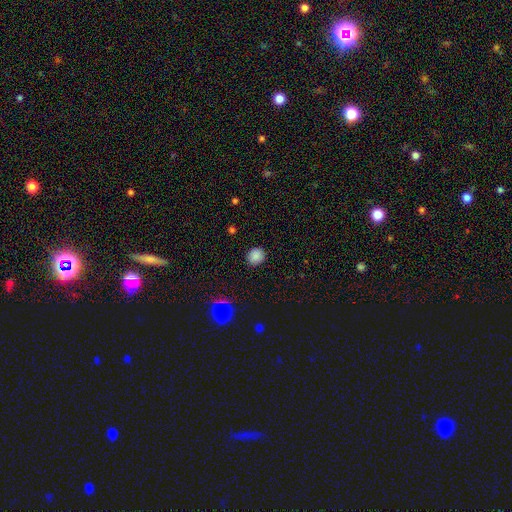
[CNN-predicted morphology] smooth_or_featured: smooth (p=0.86) [alt: star or artifact p=0.11]
how_rounded: round (p=0.84) [alt: in between p=0.15]
merging: none (p=0.90) [alt: minor disturbance p=0.07]